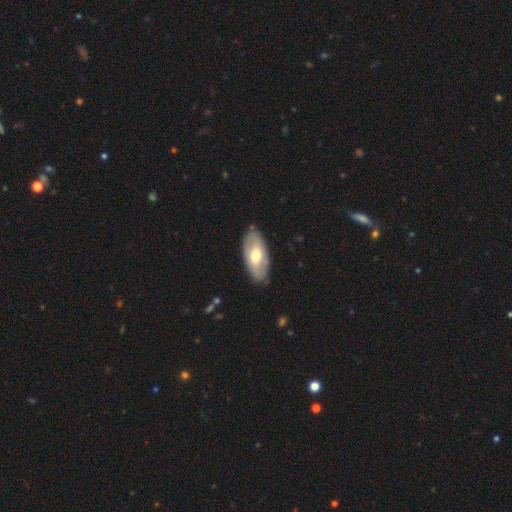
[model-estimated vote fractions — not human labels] The model was most divided on "smooth or featured": smooth: 50%, featured or disk: 45%, star or artifact: 5%. More confident: merging — none (83%).